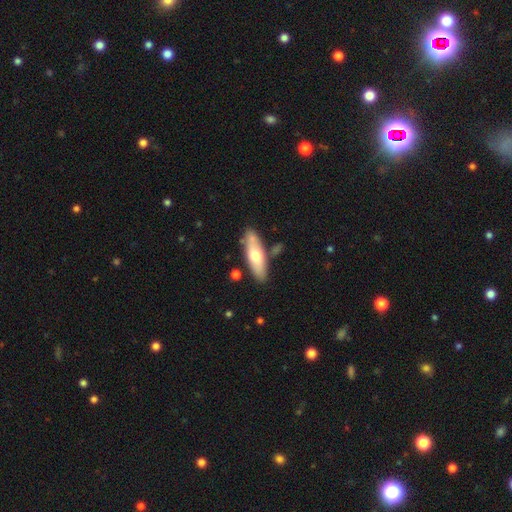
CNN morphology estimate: This is possibly a smooth galaxy (59%). How rounded: possibly in between (50%). Merging: likely none (80%).